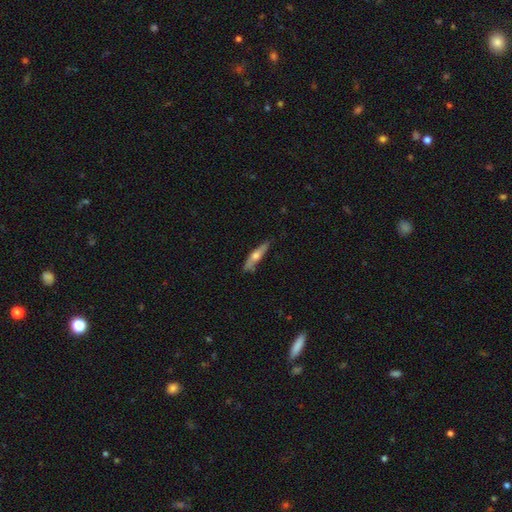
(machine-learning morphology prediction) A featured or disk galaxy (51%) viewed edge-on (90%). Merging: none (79%).